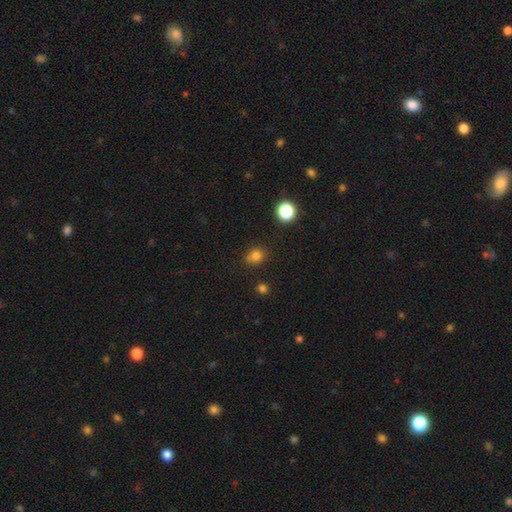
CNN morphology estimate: This appears to be a smooth galaxy with no disk features (77%) that is round (73%). Merging: none (68%).